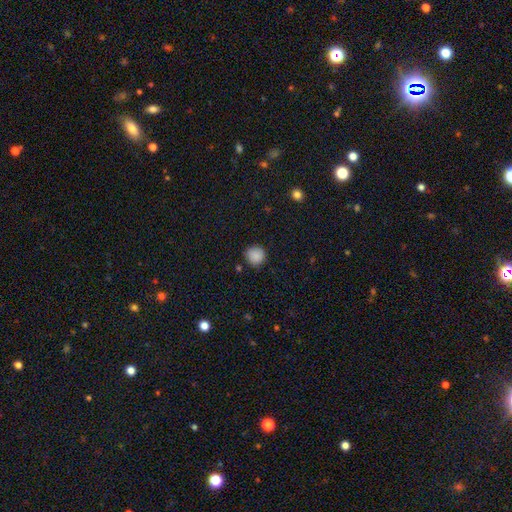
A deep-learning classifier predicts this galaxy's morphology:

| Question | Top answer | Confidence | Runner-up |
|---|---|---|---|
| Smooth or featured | smooth | 87% | star or artifact (9%) |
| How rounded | round | 93% | in between (6%) |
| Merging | none | 84% | minor disturbance (12%) |